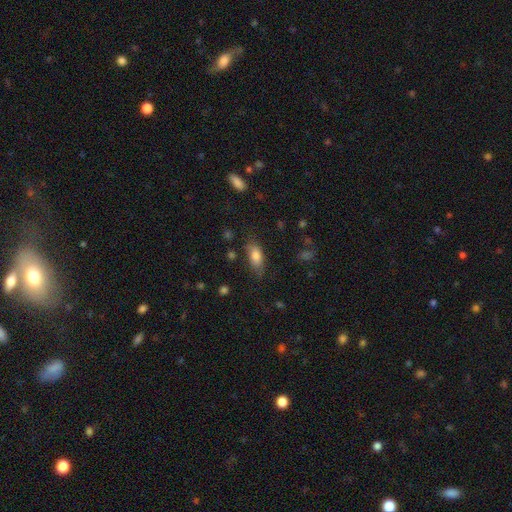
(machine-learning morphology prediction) smooth_or_featured: smooth (p=0.79) [alt: featured or disk p=0.14]
how_rounded: in between (p=0.81) [alt: cigar-shaped p=0.16]
merging: none (p=0.72) [alt: minor disturbance p=0.20]